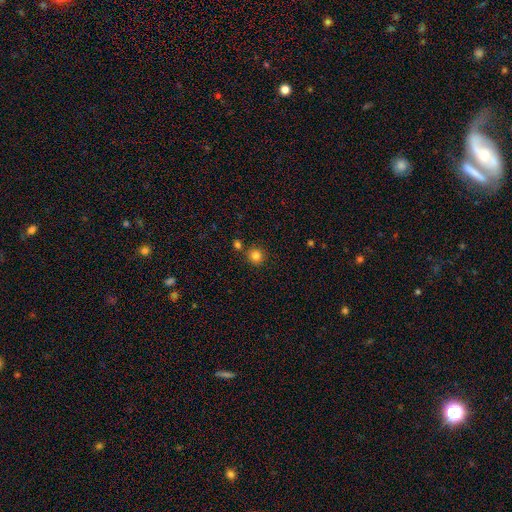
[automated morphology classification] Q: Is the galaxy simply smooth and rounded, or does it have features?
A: smooth — 83%.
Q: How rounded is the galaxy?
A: round — 93%.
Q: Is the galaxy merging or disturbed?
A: none — 82%.